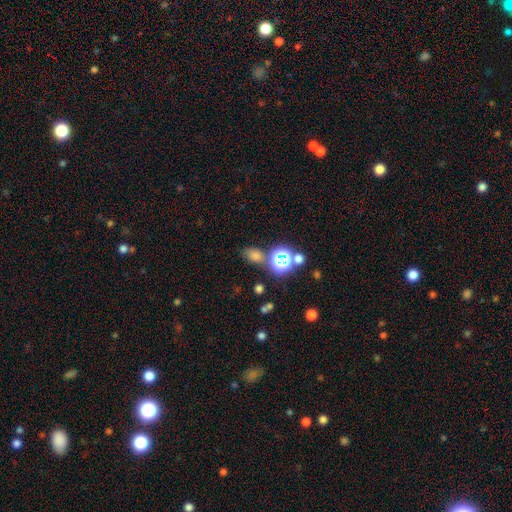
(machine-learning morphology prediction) This is possibly a smooth galaxy (49%). Merging: likely none (67%).